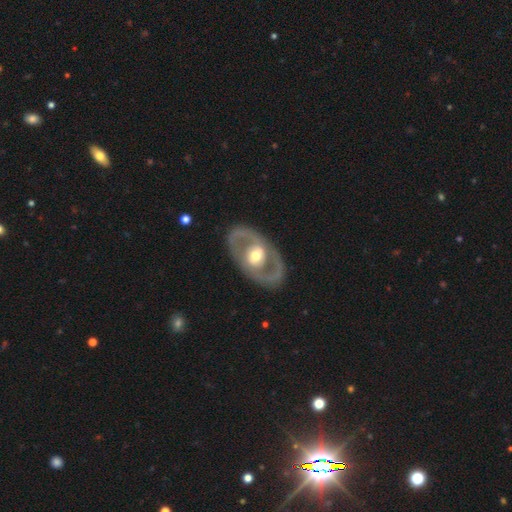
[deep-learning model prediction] Smooth or featured: featured or disk — 74% (smooth — 22%)
Edge-on disk: no — 92% (yes — 8%)
Bar: no — 64% (weak — 24%)
Spiral arms: no — 60% (yes — 40%)
Bulge size: moderate — 69% (large — 17%)
Merging: none — 84% (minor disturbance — 10%)